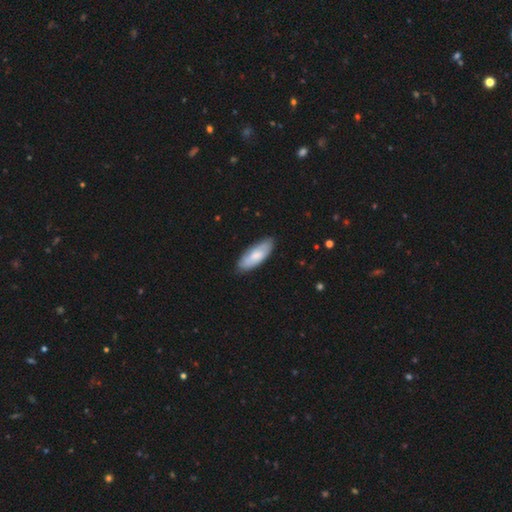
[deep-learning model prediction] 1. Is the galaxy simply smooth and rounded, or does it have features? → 73% smooth, 22% featured or disk, 5% star or artifact.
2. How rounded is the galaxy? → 74% in between, 24% cigar-shaped, 2% round.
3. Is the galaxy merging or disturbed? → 82% none, 15% minor disturbance, 2% major disturbance, 1% merger.